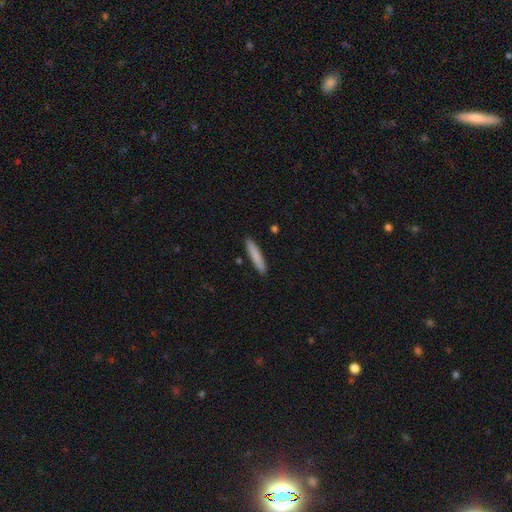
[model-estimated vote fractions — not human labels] Smooth or featured?
  - smooth: 83% *
  - featured or disk: 11%
  - star or artifact: 6%
How rounded?
  - cigar-shaped: 91% *
  - in between: 8%
  - round: 1%
Merging?
  - none: 90% *
  - minor disturbance: 7%
  - merger: 2%
  - major disturbance: 1%